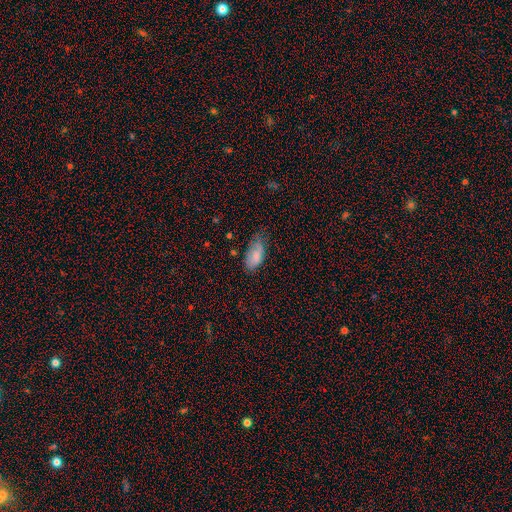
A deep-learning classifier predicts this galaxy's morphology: smooth_or_featured: smooth (p=0.79) [alt: featured or disk p=0.13]
how_rounded: in between (p=0.91) [alt: cigar-shaped p=0.06]
merging: none (p=0.49) [alt: minor disturbance p=0.37]